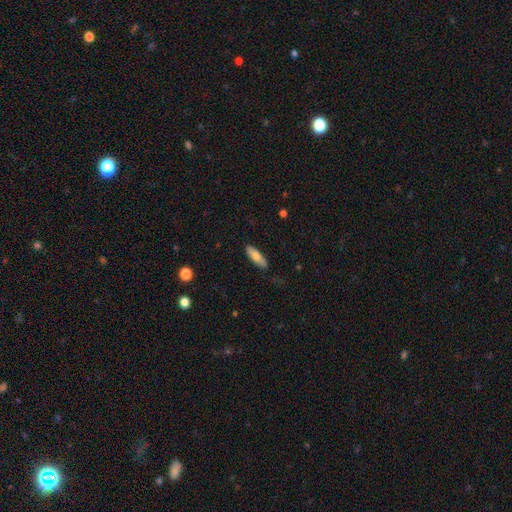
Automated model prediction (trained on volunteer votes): Overall: smooth (75%). How rounded: in between (53%; cigar-shaped 46%). Merging: none (83%).